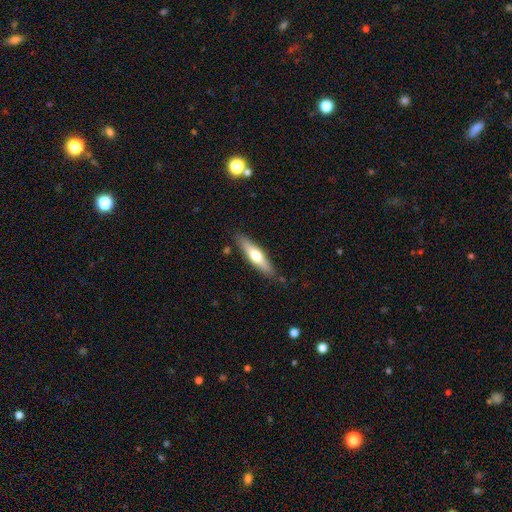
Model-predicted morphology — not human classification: Smooth or featured? smooth (51%)
How rounded? cigar-shaped (74%)
Merging? none (84%)